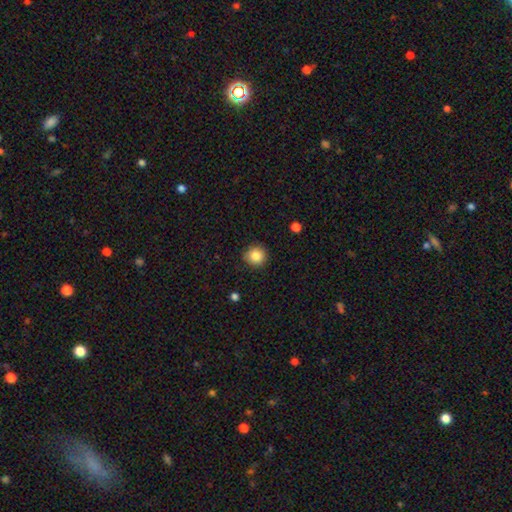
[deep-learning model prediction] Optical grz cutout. It shows a smooth galaxy with no disk features (85%) that is round (91%). Merging: none (88%).